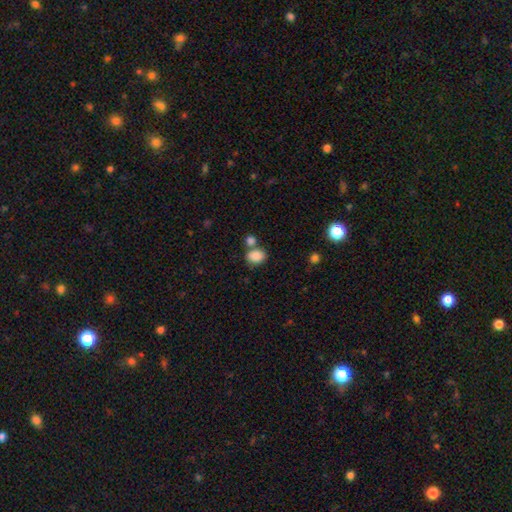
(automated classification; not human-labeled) This appears to be a smooth galaxy with no disk features (85%) that is in between round and cigar-shaped (57%). Merging: none (53%).